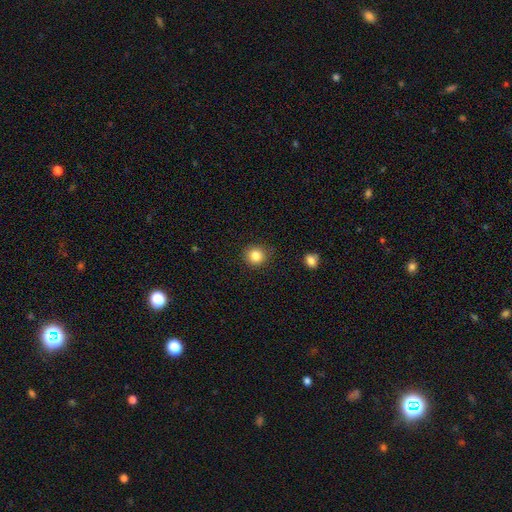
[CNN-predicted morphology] Smooth or featured? Predicted: smooth (p=0.85). How rounded? Predicted: round (p=0.91). Merging? Predicted: none (p=0.87).